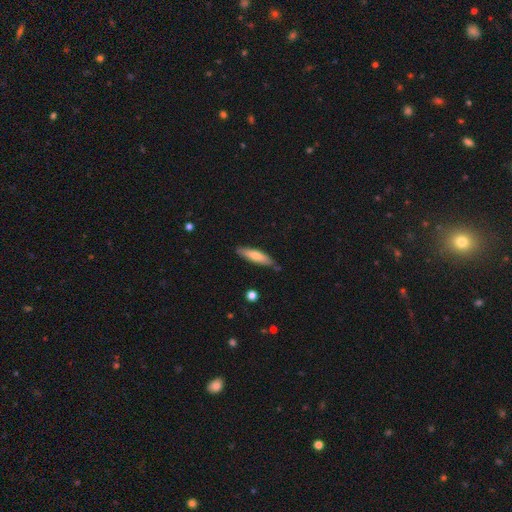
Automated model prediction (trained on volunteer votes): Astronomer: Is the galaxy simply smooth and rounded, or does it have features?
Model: smooth — 64%.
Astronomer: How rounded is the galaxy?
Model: cigar-shaped — 75%.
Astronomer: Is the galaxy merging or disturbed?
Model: none — 80%.